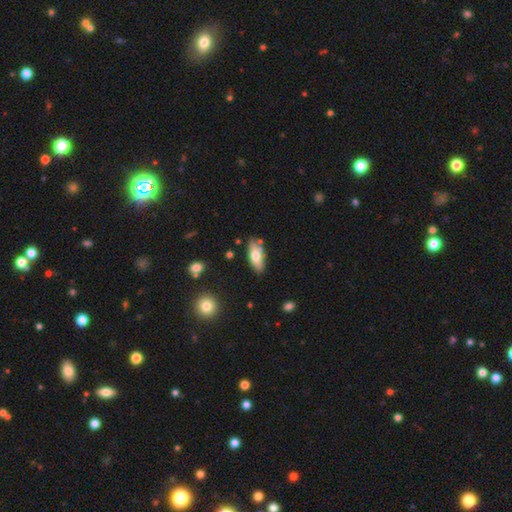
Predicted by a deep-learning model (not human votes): This appears to be a smooth galaxy with no disk features (65%) that is in between round and cigar-shaped (73%). Merging: none (77%).